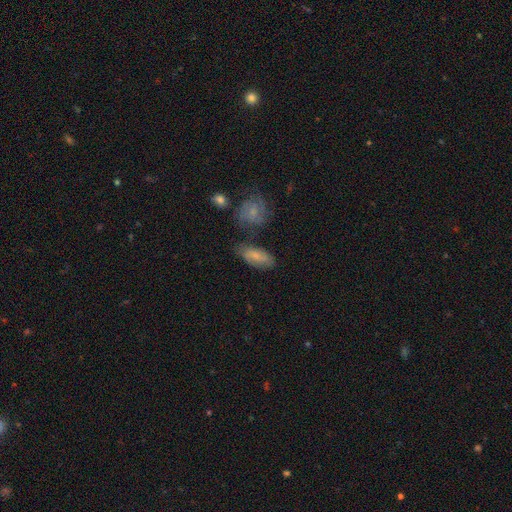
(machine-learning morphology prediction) smooth 64%, featured or disk 28%, star or artifact 8%. Down the decision tree: how rounded — in between (85%); merging — none (59%).